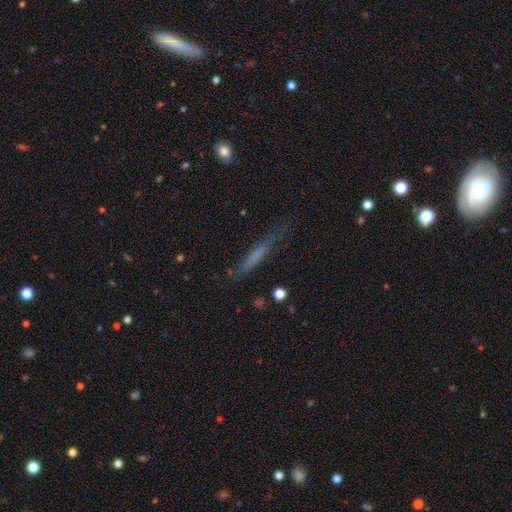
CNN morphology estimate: Q: Smooth or featured?
A: smooth (49%); runner-up: featured or disk (41%)
Q: Merging?
A: none (66%); runner-up: minor disturbance (22%)